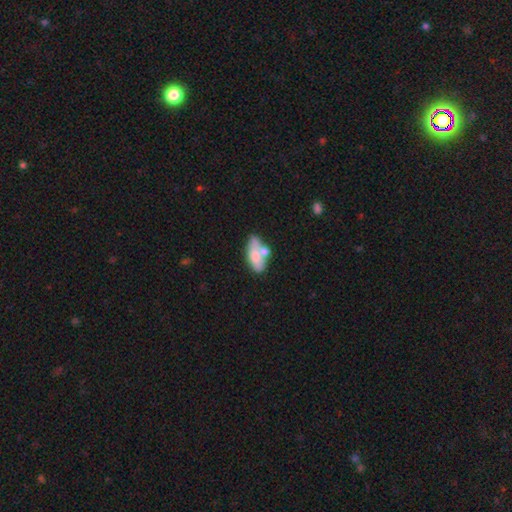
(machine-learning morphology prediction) This is likely a smooth galaxy (65%). How rounded: clearly in between (81%). Merging: marginally none (38%).